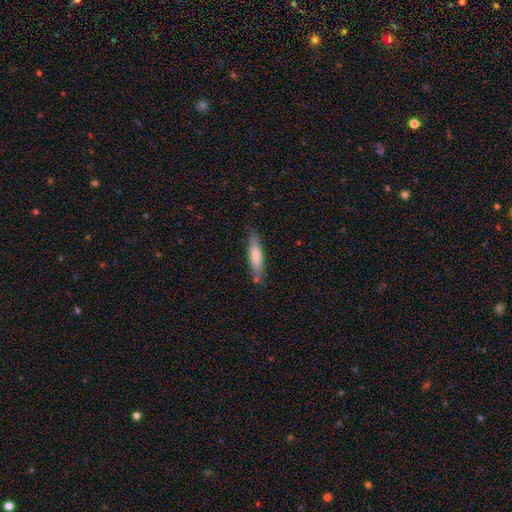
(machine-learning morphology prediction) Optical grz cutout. It shows a smooth galaxy with no disk features (66%) that is cigar-shaped (77%). Merging: none (79%).